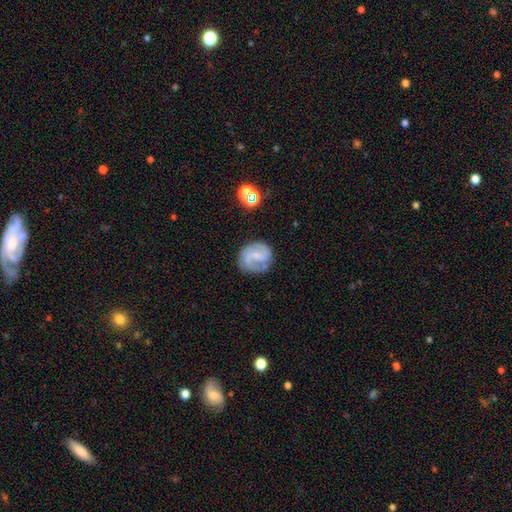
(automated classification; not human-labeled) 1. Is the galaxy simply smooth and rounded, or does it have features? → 76% featured or disk, 17% smooth, 7% star or artifact.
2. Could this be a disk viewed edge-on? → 98% no, 2% yes.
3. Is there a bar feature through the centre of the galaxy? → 51% weak, 35% no, 15% strong.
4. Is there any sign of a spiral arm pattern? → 94% yes, 6% no.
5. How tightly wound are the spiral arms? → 50% medium, 30% tight, 20% loose.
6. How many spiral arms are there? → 78% 2, 9% can't tell, 6% 1, 5% 3, 1% 4, 1% more than 4.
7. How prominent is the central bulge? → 60% small, 19% none, 19% moderate, 1% large, 1% dominant.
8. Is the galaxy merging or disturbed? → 72% none, 18% minor disturbance, 7% major disturbance, 3% merger.